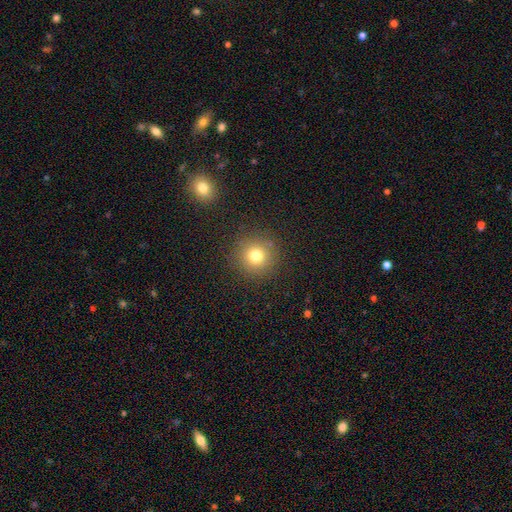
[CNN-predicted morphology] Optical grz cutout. It shows a smooth galaxy with no disk features (77%) that is round (94%). Merging: none (88%).